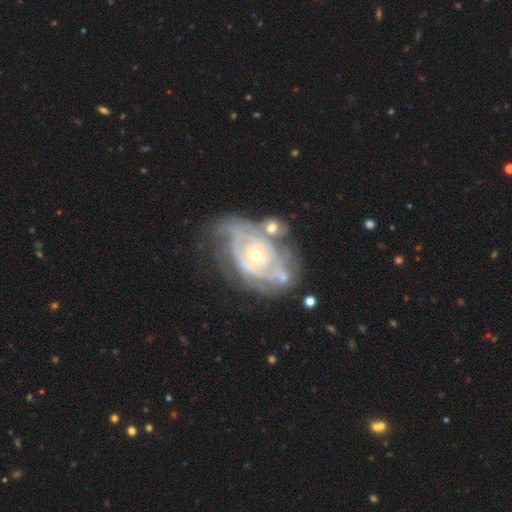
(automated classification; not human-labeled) This appears to be a featured or disk galaxy (86%) with no bar (74%), tight (69%) spiral arms (90%) and a moderate central bulge (54%). Merging: none (53%).